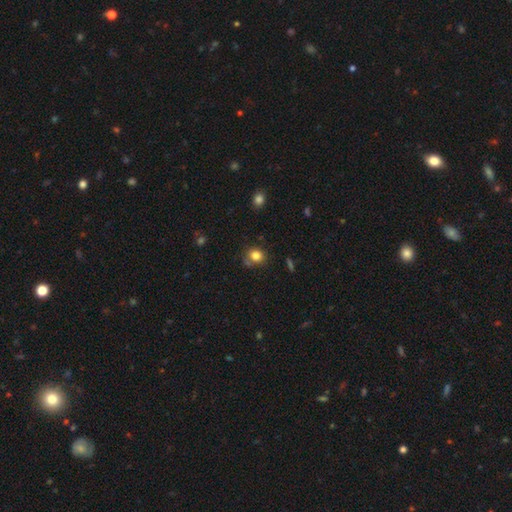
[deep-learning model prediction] Smooth or featured: smooth — 81% (star or artifact — 11%)
How rounded: round — 75% (in between — 24%)
Merging: none — 69% (minor disturbance — 19%)